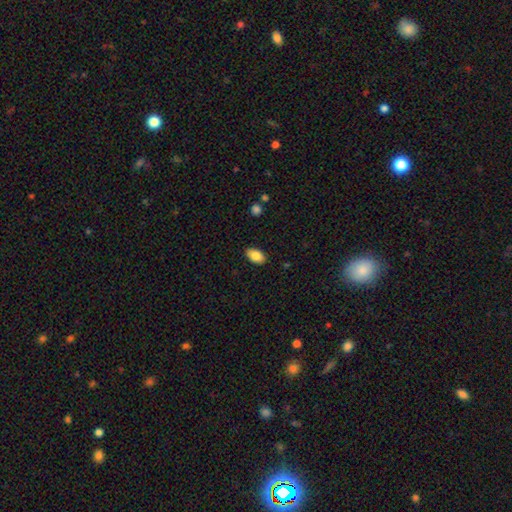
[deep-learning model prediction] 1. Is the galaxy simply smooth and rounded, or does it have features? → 84% smooth, 9% featured or disk, 7% star or artifact.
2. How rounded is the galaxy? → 93% in between, 5% round, 2% cigar-shaped.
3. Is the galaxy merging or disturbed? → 88% none, 9% minor disturbance, 2% major disturbance, 1% merger.